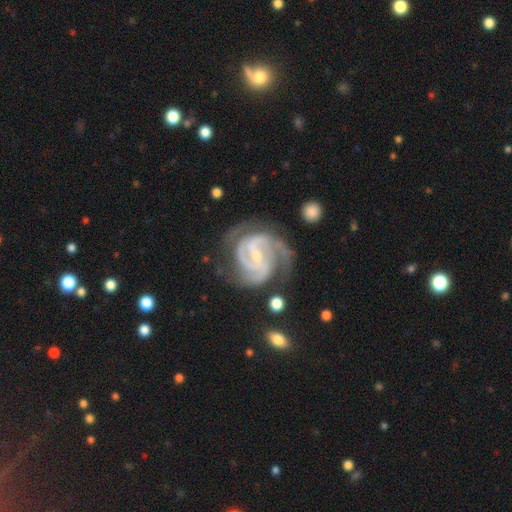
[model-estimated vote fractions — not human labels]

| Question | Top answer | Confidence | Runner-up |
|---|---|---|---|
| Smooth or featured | featured or disk | 93% | star or artifact (4%) |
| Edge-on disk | no | 98% | yes (2%) |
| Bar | weak | 45% | strong (32%) |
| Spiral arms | yes | 98% | no (2%) |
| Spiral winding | tight | 52% | medium (42%) |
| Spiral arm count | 3 | 46% | 2 (30%) |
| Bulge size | small | 70% | moderate (22%) |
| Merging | none | 66% | minor disturbance (20%) |